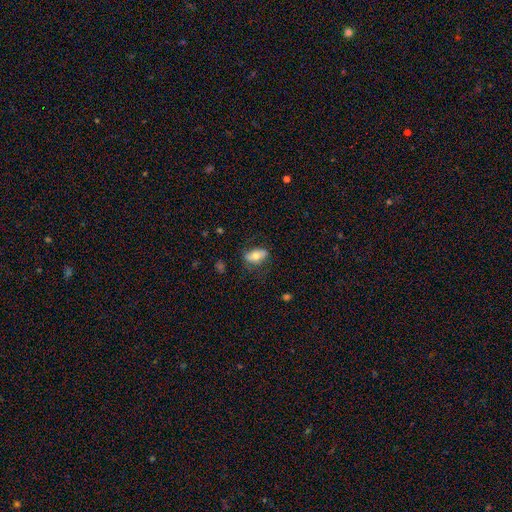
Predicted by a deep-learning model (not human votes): A smooth galaxy with no disk features (64%) that is in between round and cigar-shaped (86%).

Vote fractions:
- Smooth or featured? smooth: 64% / featured or disk: 29% / star or artifact: 7%
- How rounded? in between: 86% / cigar-shaped: 8% / round: 6%
- Merging? none: 71% / minor disturbance: 20% / major disturbance: 7% / merger: 2%